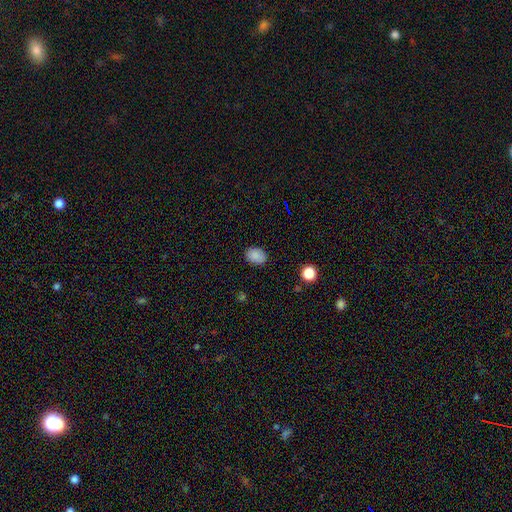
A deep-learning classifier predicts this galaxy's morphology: A smooth galaxy with no disk features (86%) that is in between round and cigar-shaped (69%).

Vote fractions:
- Smooth or featured? smooth: 86% / star or artifact: 10% / featured or disk: 4%
- How rounded? in between: 69% / round: 30% / cigar-shaped: 1%
- Merging? none: 86% / minor disturbance: 10% / major disturbance: 2% / merger: 1%